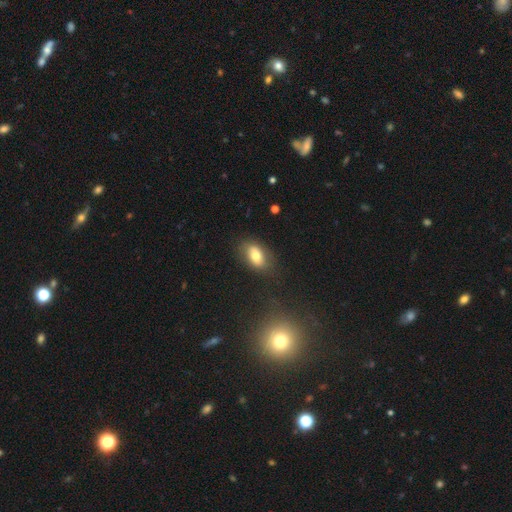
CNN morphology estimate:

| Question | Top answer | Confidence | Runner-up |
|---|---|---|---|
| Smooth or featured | smooth | 75% | featured or disk (16%) |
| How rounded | in between | 88% | round (9%) |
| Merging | none | 77% | minor disturbance (16%) |